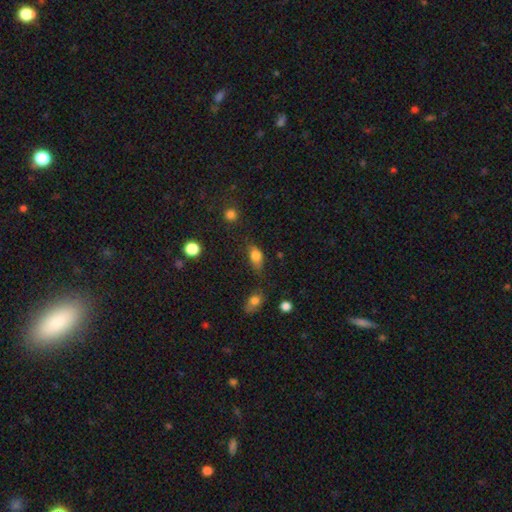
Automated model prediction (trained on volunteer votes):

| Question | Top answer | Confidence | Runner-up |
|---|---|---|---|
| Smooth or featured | smooth | 78% | featured or disk (12%) |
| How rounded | in between | 81% | round (13%) |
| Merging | none | 61% | minor disturbance (26%) |